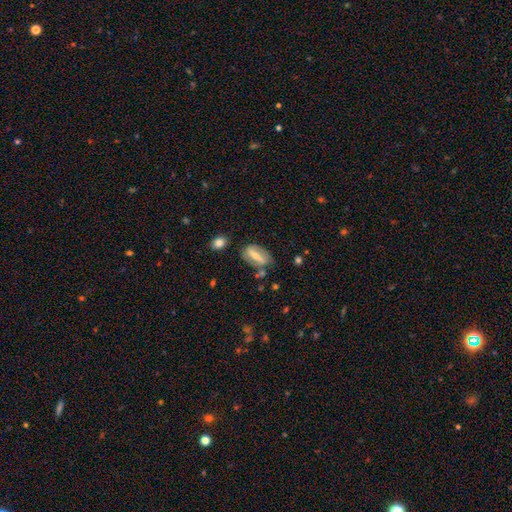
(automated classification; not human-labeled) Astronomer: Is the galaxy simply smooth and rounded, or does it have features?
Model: featured or disk — 51% (runner-up: smooth, 41%).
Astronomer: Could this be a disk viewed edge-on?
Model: no — 78%.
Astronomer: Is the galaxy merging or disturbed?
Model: none — 67%.